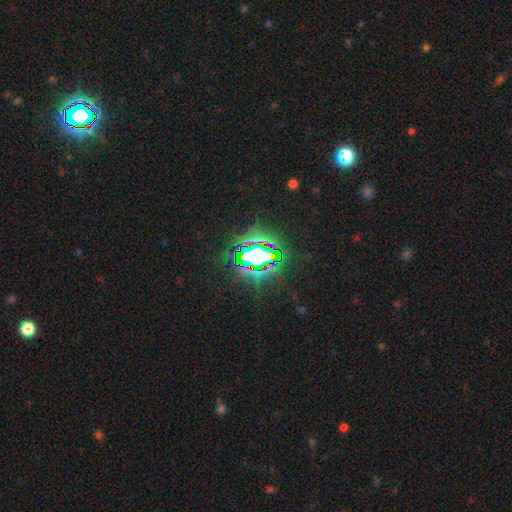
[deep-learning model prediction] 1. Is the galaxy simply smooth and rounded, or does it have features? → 72% star or artifact, 17% smooth, 11% featured or disk.